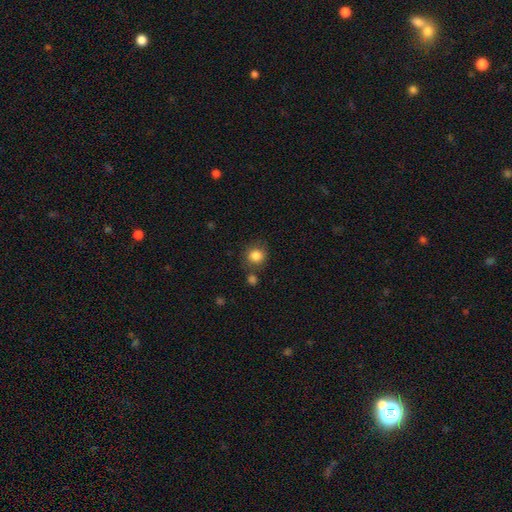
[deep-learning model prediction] smooth_or_featured: smooth (p=0.85) [alt: star or artifact p=0.10]
how_rounded: round (p=0.86) [alt: in between p=0.13]
merging: none (p=0.74) [alt: minor disturbance p=0.12]